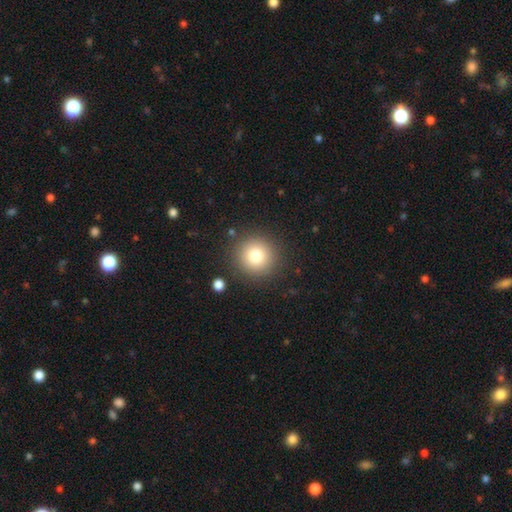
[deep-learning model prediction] Q: Smooth or featured?
A: smooth (79%); runner-up: star or artifact (12%)
Q: How rounded?
A: round (94%); runner-up: in between (5%)
Q: Merging?
A: none (88%); runner-up: minor disturbance (7%)